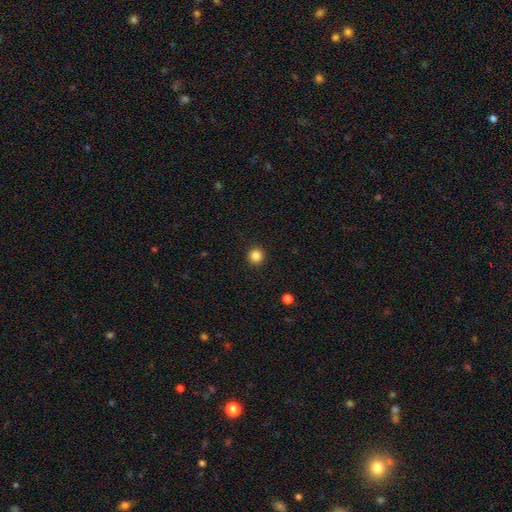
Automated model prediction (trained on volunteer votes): Smooth or featured? smooth (85%)
How rounded? round (95%)
Merging? none (92%)